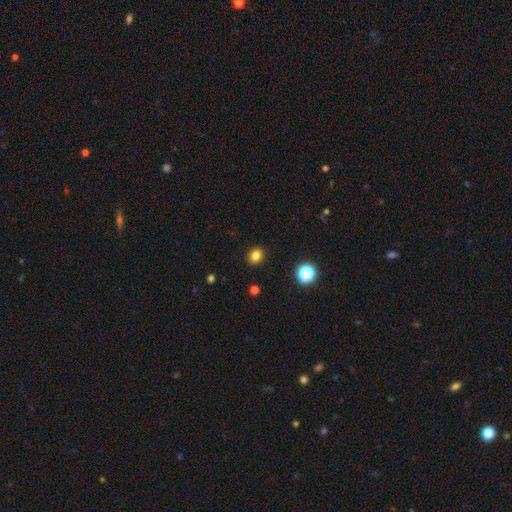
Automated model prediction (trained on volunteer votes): smooth_or_featured: smooth (p=0.82) [alt: star or artifact p=0.13]
how_rounded: round (p=0.58) [alt: in between p=0.41]
merging: none (p=0.90) [alt: minor disturbance p=0.07]